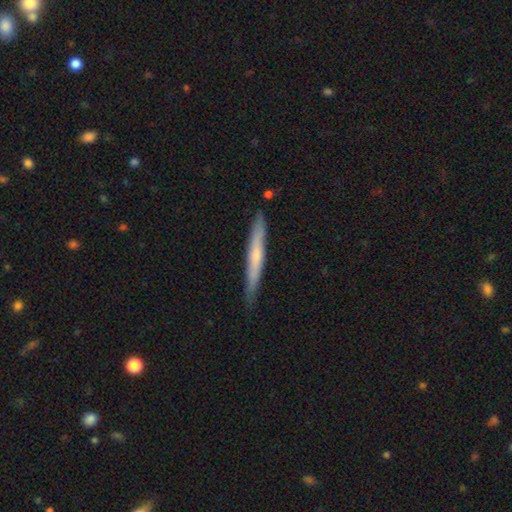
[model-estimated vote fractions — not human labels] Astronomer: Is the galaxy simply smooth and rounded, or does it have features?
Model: smooth — 51% (runner-up: featured or disk, 43%).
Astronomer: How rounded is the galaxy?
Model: cigar-shaped — 96%.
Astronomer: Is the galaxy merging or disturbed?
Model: none — 86%.